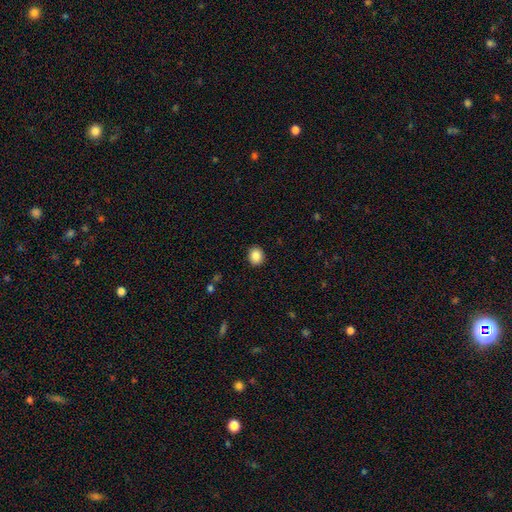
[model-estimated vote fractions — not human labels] smooth 87%, star or artifact 9%, featured or disk 4%. Down the decision tree: how rounded — round (68%); merging — none (91%).